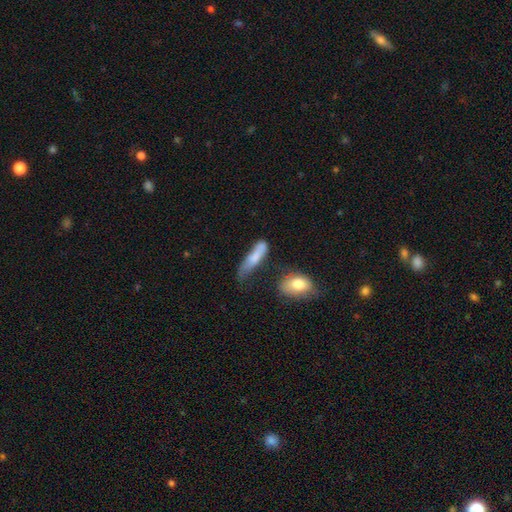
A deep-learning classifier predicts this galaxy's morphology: The model was most divided on "merging" (2-way tie): none: 32%, minor disturbance: 32%, major disturbance: 22%, merger: 14%. More confident: smooth or featured — smooth (72%); how rounded — cigar-shaped (63%).